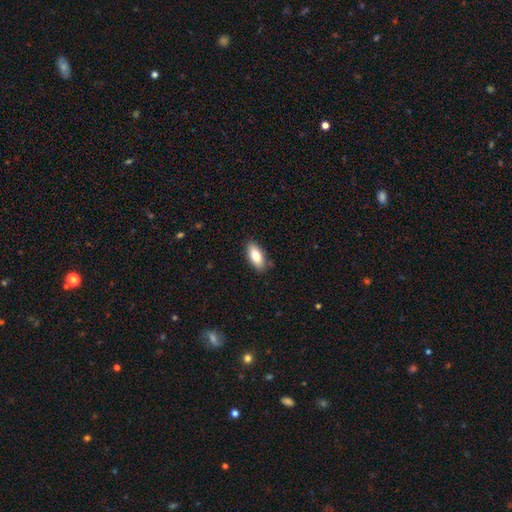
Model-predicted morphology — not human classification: A smooth galaxy with no disk features (83%) that is in between round and cigar-shaped (86%).

Vote fractions:
- Smooth or featured? smooth: 83% / featured or disk: 11% / star or artifact: 7%
- How rounded? in between: 86% / cigar-shaped: 12% / round: 2%
- Merging? none: 86% / minor disturbance: 11% / major disturbance: 2% / merger: 1%